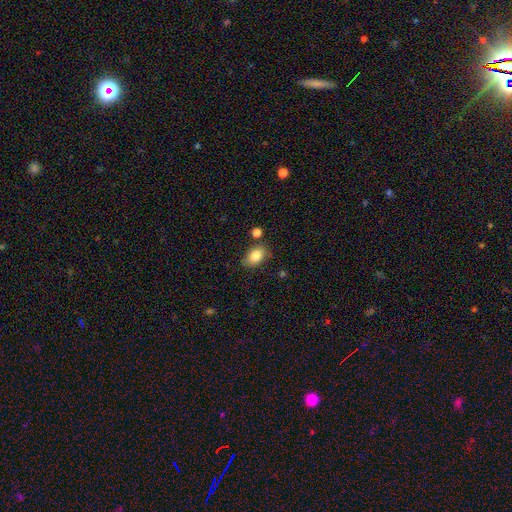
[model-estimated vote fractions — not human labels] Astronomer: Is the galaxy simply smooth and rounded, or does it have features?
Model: smooth — 83%.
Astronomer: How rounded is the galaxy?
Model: in between — 84%.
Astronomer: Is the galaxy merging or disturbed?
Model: none — 75%.